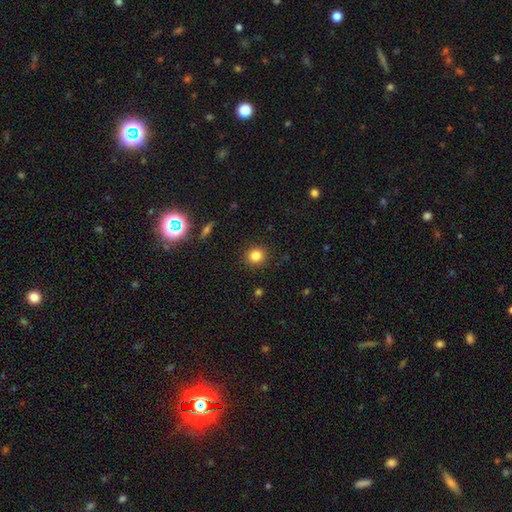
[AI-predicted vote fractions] A smooth galaxy with no disk features (83%) that is round (89%).

Vote fractions:
- Smooth or featured? smooth: 83% / star or artifact: 11% / featured or disk: 5%
- How rounded? round: 89% / in between: 10% / cigar-shaped: 1%
- Merging? none: 90% / minor disturbance: 6% / major disturbance: 2% / merger: 1%